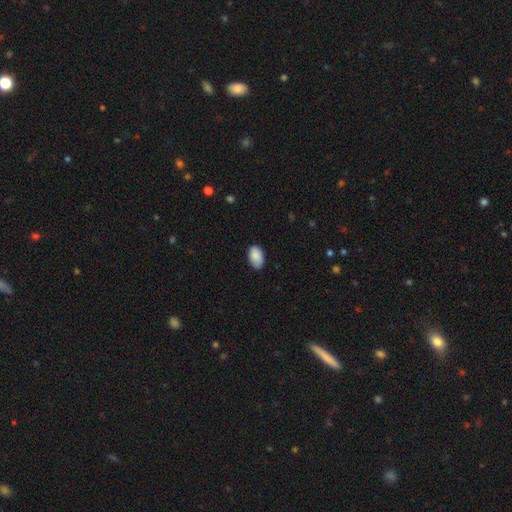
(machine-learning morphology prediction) A smooth galaxy with no disk features (89%) that is in between round and cigar-shaped (93%).

Vote fractions:
- Smooth or featured? smooth: 89% / star or artifact: 6% / featured or disk: 5%
- How rounded? in between: 93% / round: 6% / cigar-shaped: 1%
- Merging? none: 80% / minor disturbance: 16% / major disturbance: 2% / merger: 1%